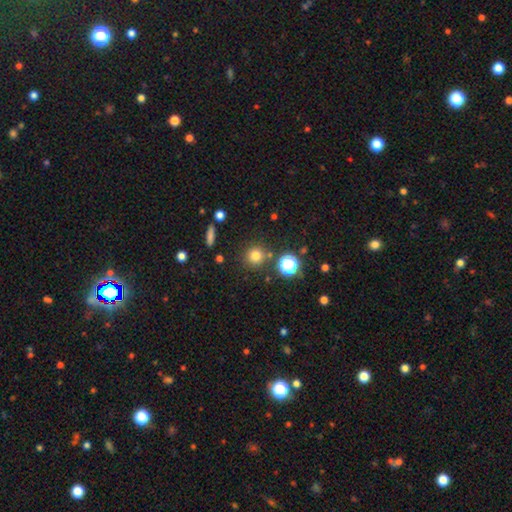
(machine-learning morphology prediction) Smooth or featured? smooth (76%)
How rounded? round (92%)
Merging? none (84%)